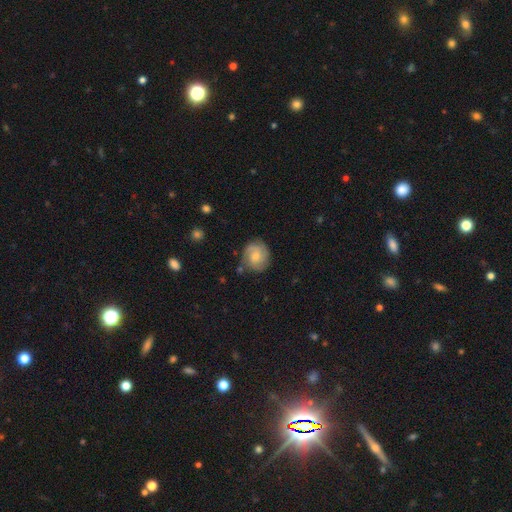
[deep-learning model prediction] smooth-or-featured: featured or disk: 57% | smooth: 36% | star or artifact: 7%
  disk-edge-on: no: 98% | yes: 2%
    bar: no: 65% | weak: 31% | strong: 4%
    has-spiral-arms: yes: 90% | no: 10%
      spiral-winding: tight: 49% | medium: 38% | loose: 13%
      spiral-arm-count: 2: 37% | 3: 26% | can't tell: 24% | 1: 5% | 4: 5% | more than 4: 3%
    bulge-size: small: 48% | moderate: 43% | none: 5% | large: 3% | dominant: 1%
  merging: none: 73% | minor disturbance: 18% | major disturbance: 5% | merger: 3%